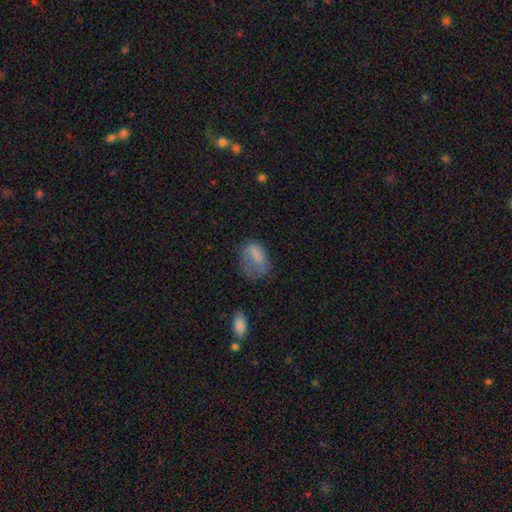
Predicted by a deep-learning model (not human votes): Smooth or featured: smooth — 74% (featured or disk — 15%)
How rounded: in between — 83% (round — 15%)
Merging: none — 36% (major disturbance — 32%)